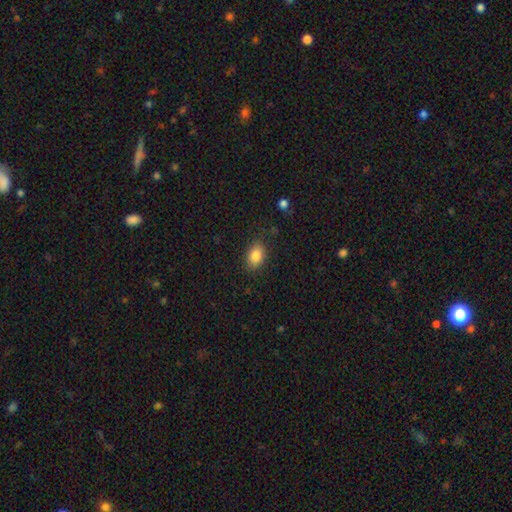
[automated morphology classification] A smooth galaxy with no disk features (84%) that is in between round and cigar-shaped (82%).

Vote fractions:
- Smooth or featured? smooth: 84% / star or artifact: 9% / featured or disk: 7%
- How rounded? in between: 82% / round: 17% / cigar-shaped: 1%
- Merging? none: 83% / minor disturbance: 13% / major disturbance: 3% / merger: 1%